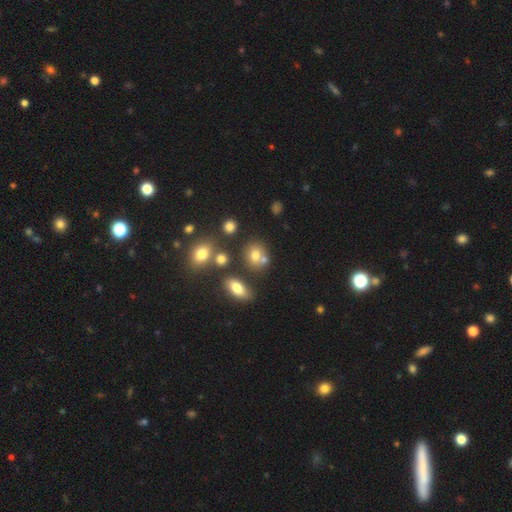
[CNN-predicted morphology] smooth_or_featured: smooth (p=0.72) [alt: star or artifact p=0.15]
how_rounded: round (p=0.69) [alt: in between p=0.30]
merging: none (p=0.55) [alt: merger p=0.29]